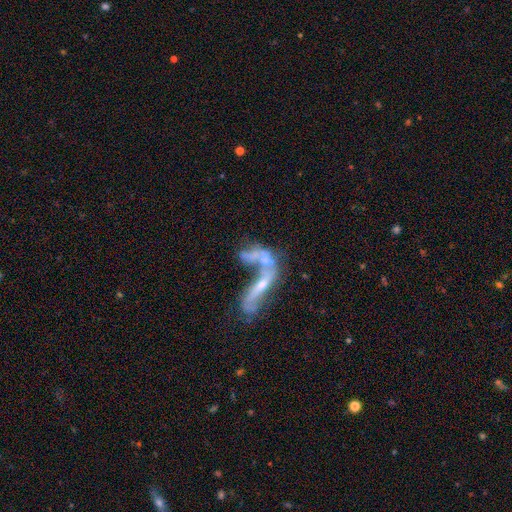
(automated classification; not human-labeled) A featured or disk galaxy (60%).

Vote fractions:
- Smooth or featured? featured or disk: 60% / smooth: 29% / star or artifact: 10%
- Edge-on disk? no: 81% / yes: 19%
- Merging? merger: 62% / major disturbance: 16% / none: 14% / minor disturbance: 7%